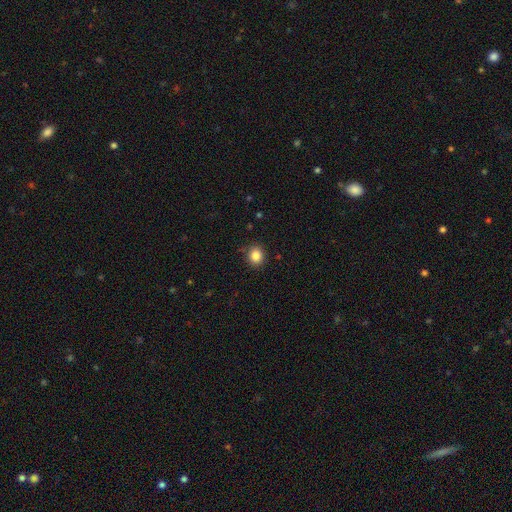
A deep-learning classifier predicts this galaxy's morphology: A smooth galaxy with no disk features (85%) that is round (76%). Merging: none (88%).